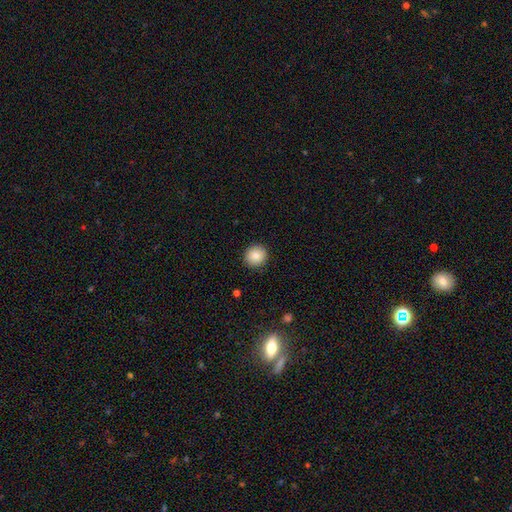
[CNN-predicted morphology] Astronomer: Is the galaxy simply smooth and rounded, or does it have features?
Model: smooth — 86%.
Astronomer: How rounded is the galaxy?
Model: round — 90%.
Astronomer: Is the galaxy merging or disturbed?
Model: none — 91%.